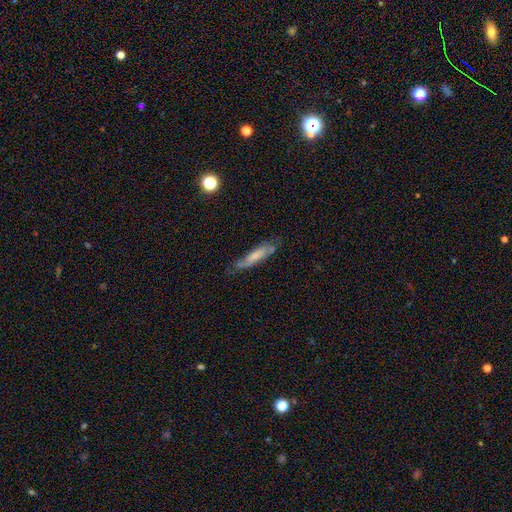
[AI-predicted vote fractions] Q: Smooth or featured?
A: smooth (58%); runner-up: featured or disk (35%)
Q: How rounded?
A: cigar-shaped (82%); runner-up: in between (16%)
Q: Merging?
A: none (65%); runner-up: minor disturbance (24%)